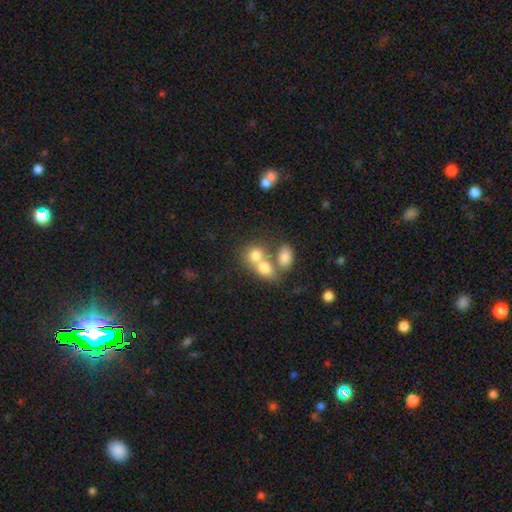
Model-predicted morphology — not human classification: smooth 72%, featured or disk 16%, star or artifact 12%. Down the decision tree: how rounded — round (56%); merging — merger (59%).